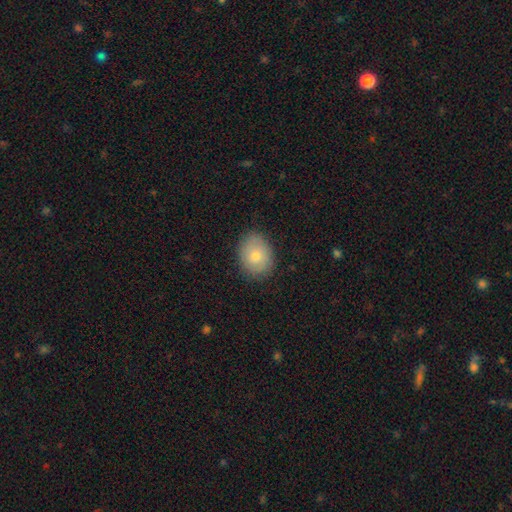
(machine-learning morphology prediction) Overall: smooth (74%). How rounded: in between (53%; round 47%). Merging: none (84%).